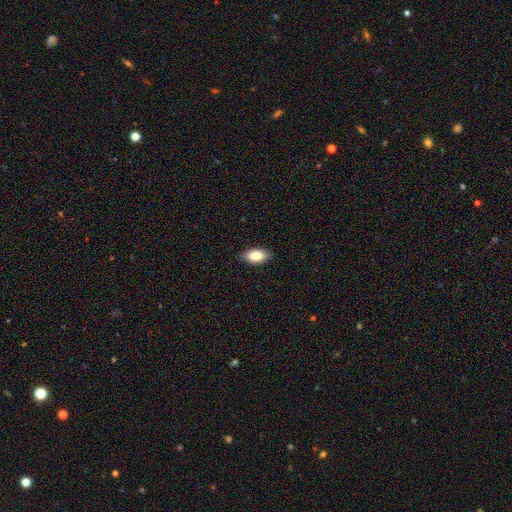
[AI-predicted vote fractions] Smooth or featured? smooth (82%)
How rounded? in between (92%)
Merging? none (88%)